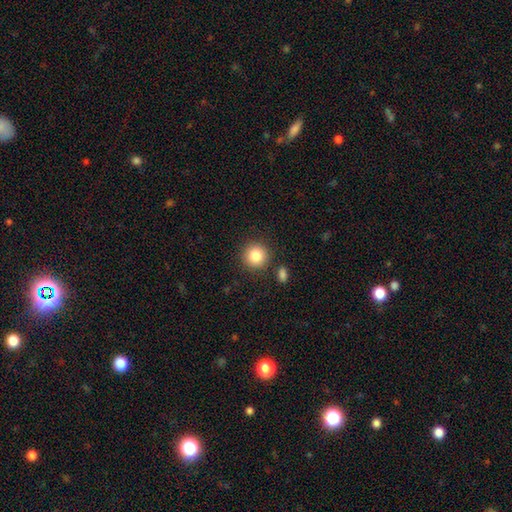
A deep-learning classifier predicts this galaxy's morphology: This appears to be a smooth galaxy with no disk features (85%) that is round (94%). Merging: none (86%).